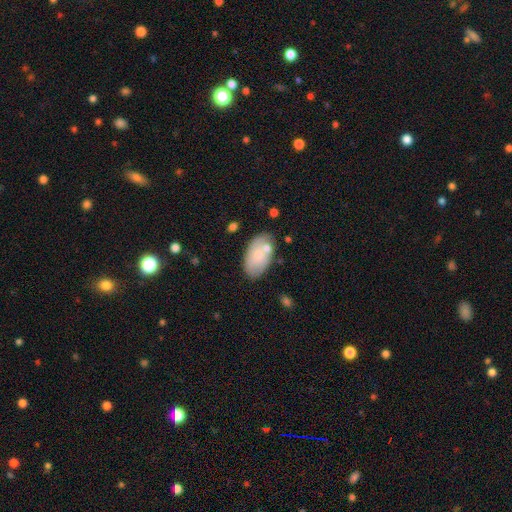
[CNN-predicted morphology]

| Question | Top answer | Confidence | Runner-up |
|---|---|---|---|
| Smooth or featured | smooth | 72% | featured or disk (21%) |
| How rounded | in between | 94% | round (4%) |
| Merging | none | 71% | minor disturbance (17%) |